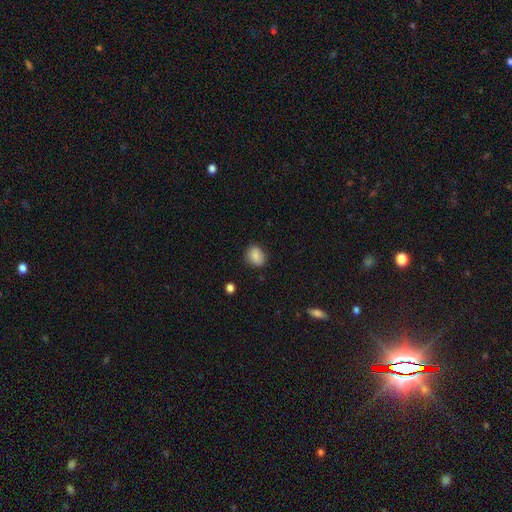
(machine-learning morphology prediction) Smooth or featured?
  - smooth: 84% *
  - star or artifact: 9%
  - featured or disk: 7%
How rounded?
  - round: 57% *
  - in between: 42%
  - cigar-shaped: 1%
Merging?
  - none: 79% *
  - minor disturbance: 16%
  - major disturbance: 3%
  - merger: 1%